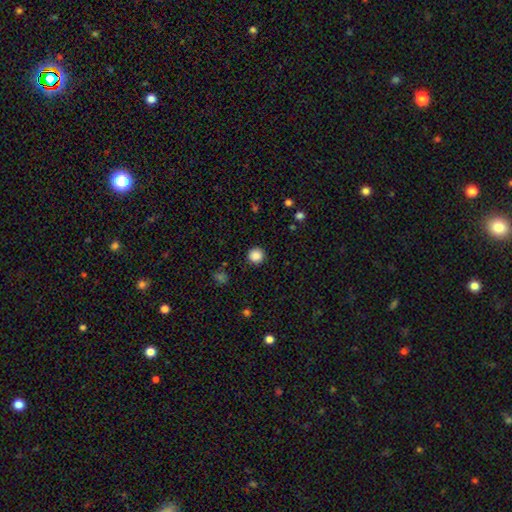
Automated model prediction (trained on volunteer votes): A smooth galaxy with no disk features (86%) that is round (95%).

Vote fractions:
- Smooth or featured? smooth: 86% / star or artifact: 11% / featured or disk: 3%
- How rounded? round: 95% / in between: 4% / cigar-shaped: 1%
- Merging? none: 92% / minor disturbance: 5% / major disturbance: 2% / merger: 1%